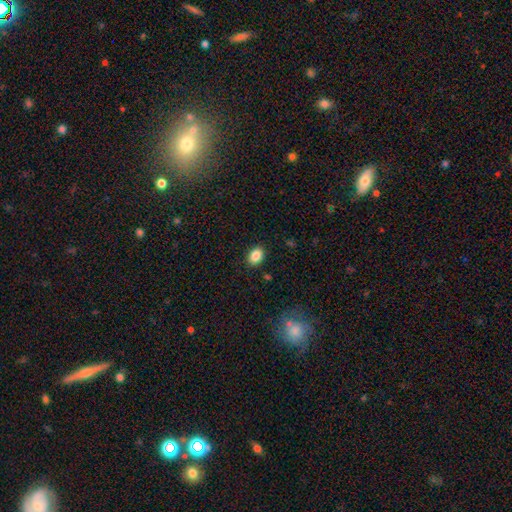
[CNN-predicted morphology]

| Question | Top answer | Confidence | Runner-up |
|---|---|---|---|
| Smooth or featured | smooth | 86% | star or artifact (9%) |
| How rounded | in between | 74% | round (25%) |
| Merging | none | 88% | minor disturbance (8%) |